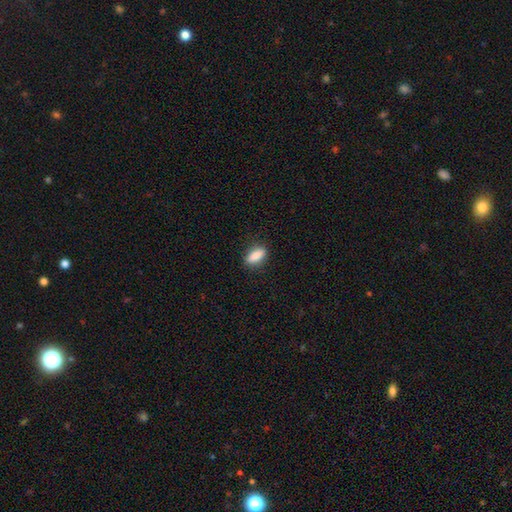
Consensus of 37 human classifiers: smooth 84%, featured or disk 14%, star or artifact 3%. Down the decision tree: how rounded — in between (65%); merging — none (78%).